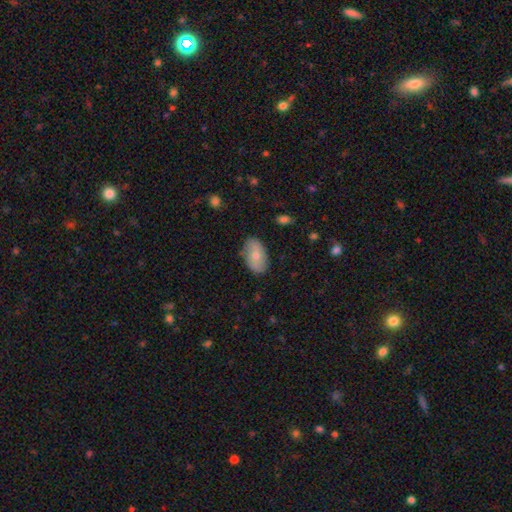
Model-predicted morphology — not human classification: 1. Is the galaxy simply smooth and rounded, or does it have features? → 67% smooth, 27% featured or disk, 6% star or artifact.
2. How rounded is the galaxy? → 92% in between, 6% round, 2% cigar-shaped.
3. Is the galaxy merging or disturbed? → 82% none, 14% minor disturbance, 3% major disturbance, 1% merger.